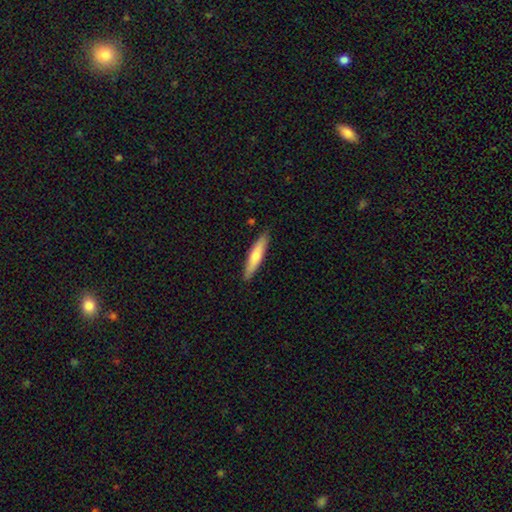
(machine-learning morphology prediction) Smooth or featured? Predicted: smooth (p=0.65). How rounded? Predicted: cigar-shaped (p=0.85). Merging? Predicted: none (p=0.89).